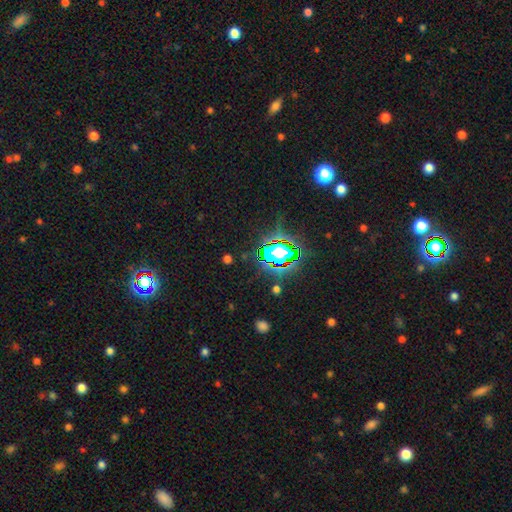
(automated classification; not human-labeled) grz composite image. It shows a star or artifact, not a galaxy (78%).